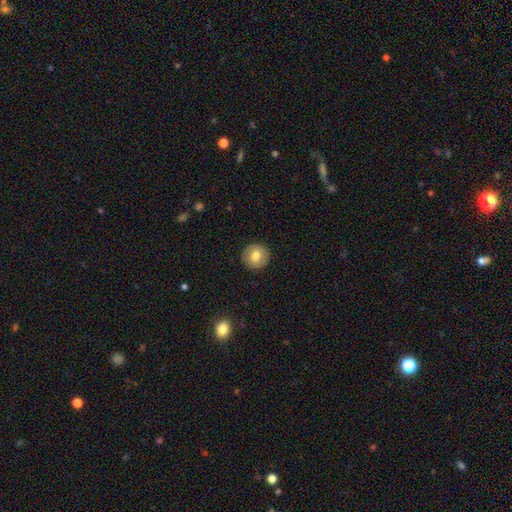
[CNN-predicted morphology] This is likely a smooth galaxy (75%). How rounded: clearly round (93%). Merging: clearly none (91%).